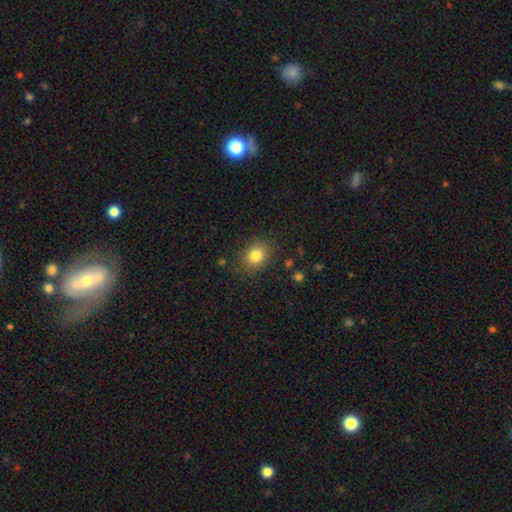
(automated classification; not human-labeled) smooth-or-featured: smooth: 82% | star or artifact: 11% | featured or disk: 7%
  how-rounded: round: 56% | in between: 43% | cigar-shaped: 1%
  merging: none: 84% | minor disturbance: 11% | major disturbance: 4% | merger: 2%